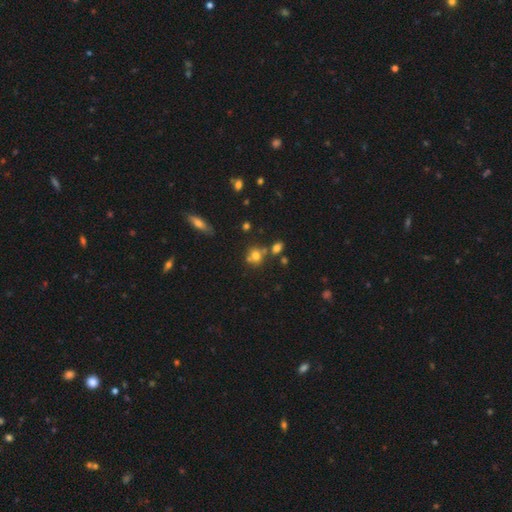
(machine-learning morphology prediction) type=smooth (72%); roundness=round (77%); merging=none (56%).